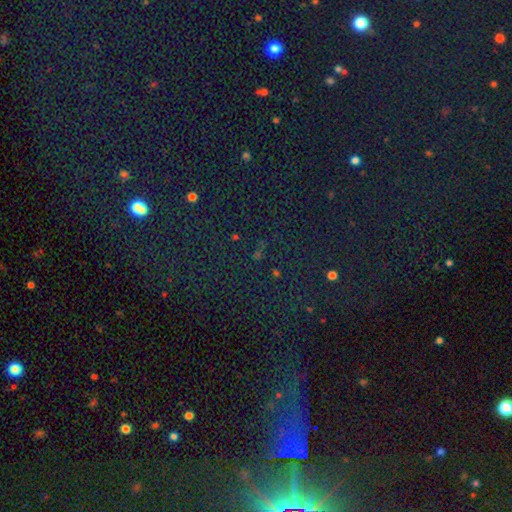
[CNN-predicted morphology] A star or artifact, not a galaxy (80%).

Vote fractions:
- Smooth or featured? star or artifact: 80% / smooth: 11% / featured or disk: 9%